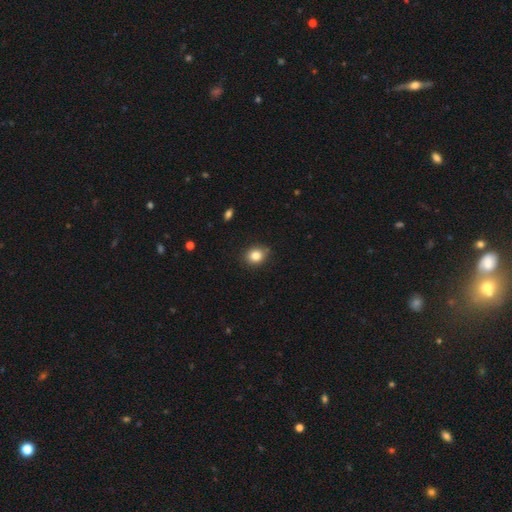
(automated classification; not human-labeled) This appears to be a smooth galaxy with no disk features (84%) that is round (69%). Merging: none (85%).